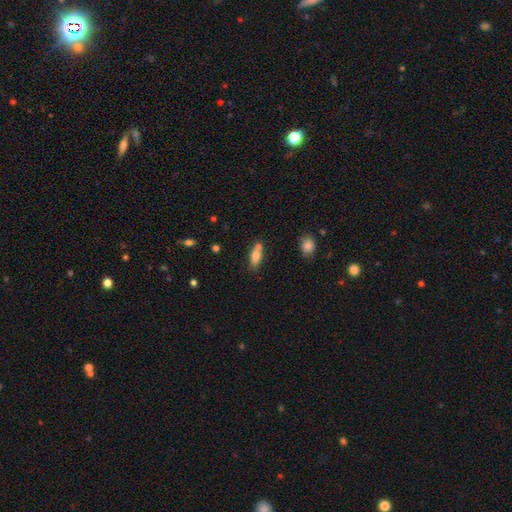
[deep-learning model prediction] Smooth or featured?
  - smooth: 75% *
  - featured or disk: 17%
  - star or artifact: 8%
How rounded?
  - in between: 76% *
  - cigar-shaped: 20%
  - round: 4%
Merging?
  - none: 52% *
  - merger: 30%
  - minor disturbance: 14%
  - major disturbance: 4%